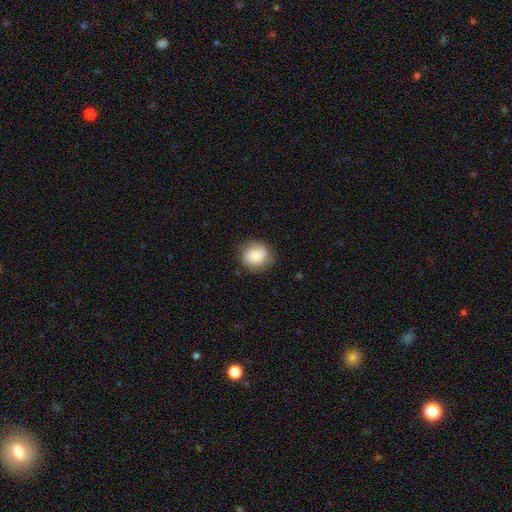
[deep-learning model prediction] Morphology: type=smooth (77%); roundness=round (82%); merging=none (81%).